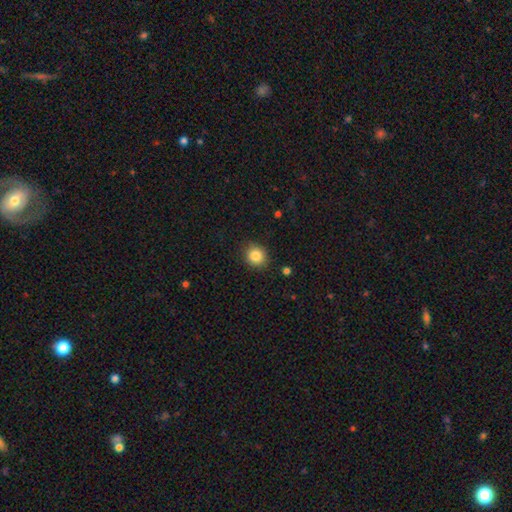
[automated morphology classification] Smooth or featured?
  - smooth: 86% *
  - star or artifact: 10%
  - featured or disk: 5%
How rounded?
  - round: 87% *
  - in between: 12%
  - cigar-shaped: 1%
Merging?
  - none: 86% *
  - minor disturbance: 10%
  - major disturbance: 3%
  - merger: 1%